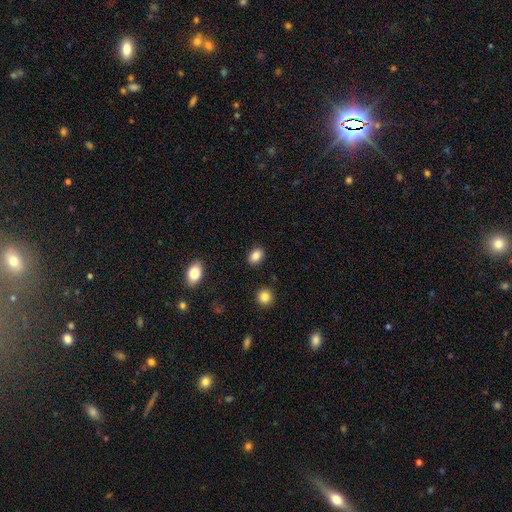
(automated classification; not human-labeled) Morphology: type=smooth (86%); roundness=in between (73%); merging=none (88%).